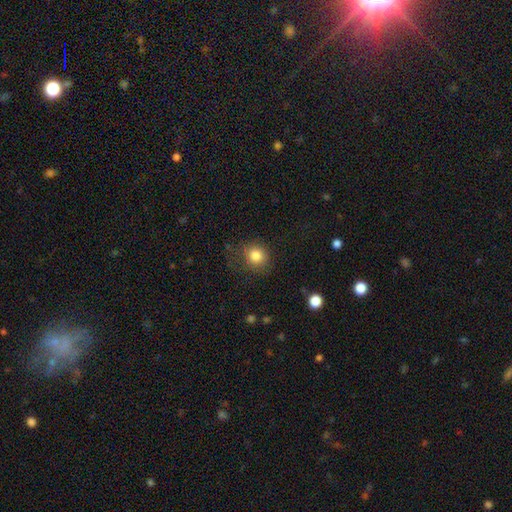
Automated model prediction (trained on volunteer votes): smooth-or-featured: smooth: 83% | star or artifact: 11% | featured or disk: 6%
  how-rounded: round: 84% | in between: 15% | cigar-shaped: 1%
  merging: none: 76% | minor disturbance: 16% | major disturbance: 7% | merger: 2%